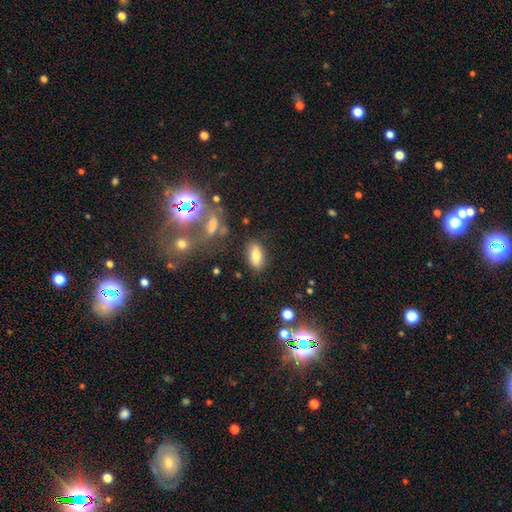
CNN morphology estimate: This appears to be a smooth galaxy with no disk features (78%) that is in between round and cigar-shaped (87%). Merging: none (83%).